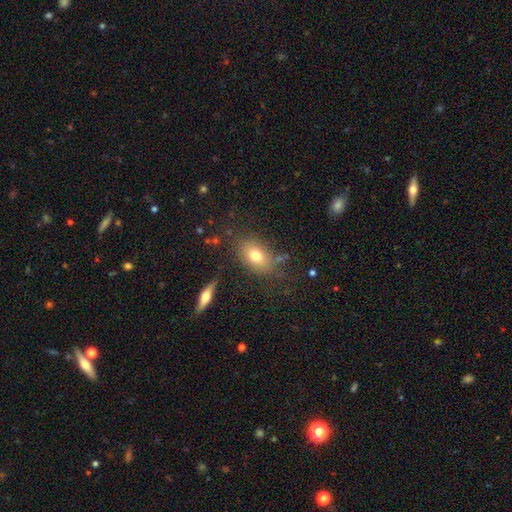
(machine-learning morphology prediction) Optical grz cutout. It shows a smooth galaxy with no disk features (73%) that is in between round and cigar-shaped (81%). Merging: none (75%).